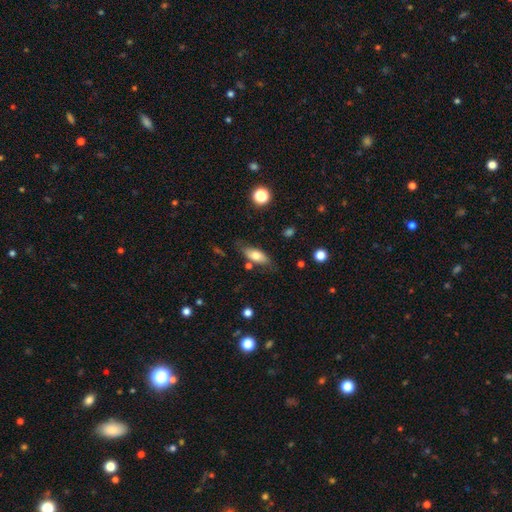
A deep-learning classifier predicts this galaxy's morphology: Smooth or featured: smooth — 70% (featured or disk — 22%)
How rounded: in between — 81% (cigar-shaped — 16%)
Merging: none — 72% (minor disturbance — 18%)